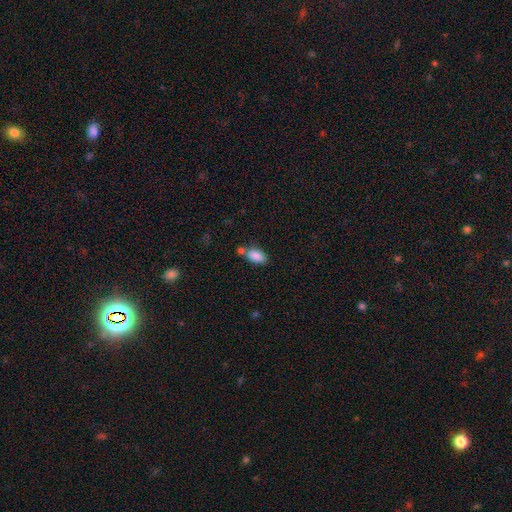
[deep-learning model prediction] Smooth or featured? Predicted: smooth (p=0.86). How rounded? Predicted: in between (p=0.92). Merging? Predicted: none (p=0.59).